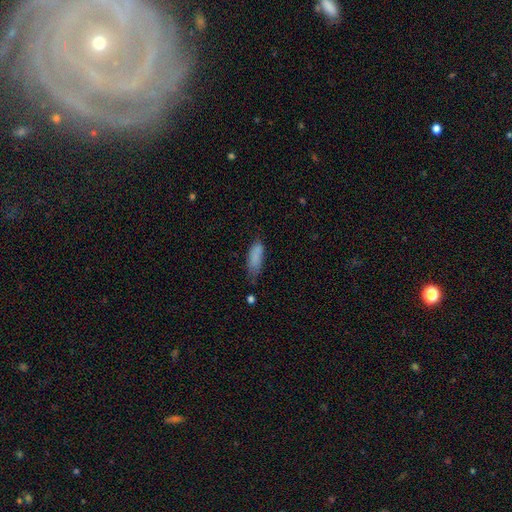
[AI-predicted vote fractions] Smooth or featured: smooth — 83% (featured or disk — 9%)
How rounded: in between — 63% (cigar-shaped — 35%)
Merging: none — 52% (minor disturbance — 33%)